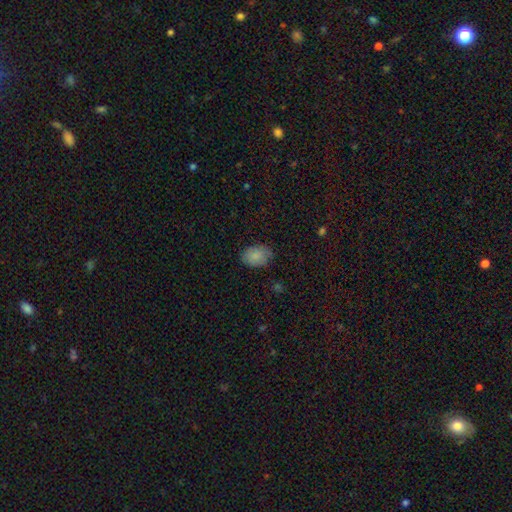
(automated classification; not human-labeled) Q: Smooth or featured?
A: smooth (87%); runner-up: star or artifact (7%)
Q: How rounded?
A: in between (80%); runner-up: round (19%)
Q: Merging?
A: none (81%); runner-up: minor disturbance (15%)